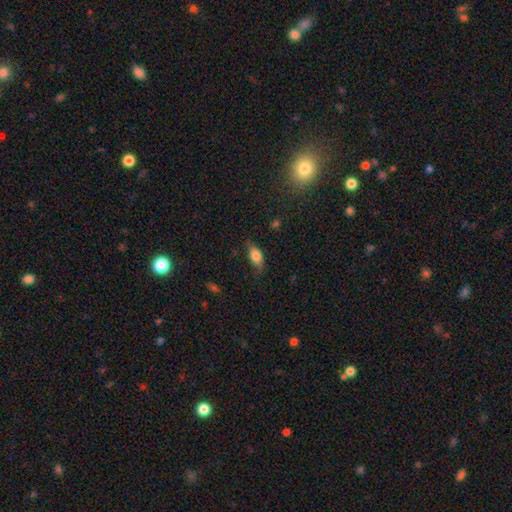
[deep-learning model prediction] This is likely a smooth galaxy (76%). How rounded: clearly in between (83%). Merging: likely none (67%).